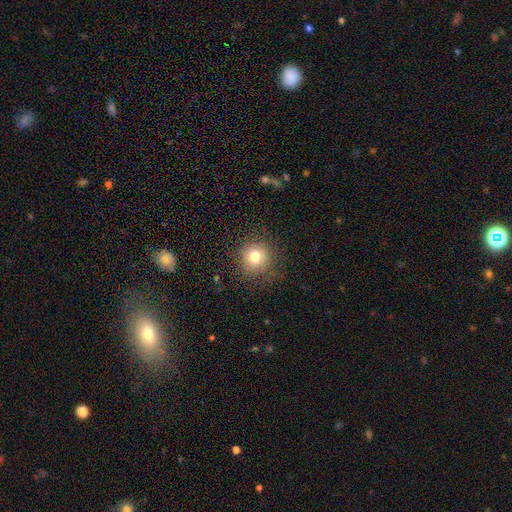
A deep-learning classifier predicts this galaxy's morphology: Overall: smooth (57%; star or artifact 33%). How rounded: round (88%). Merging: none (87%).